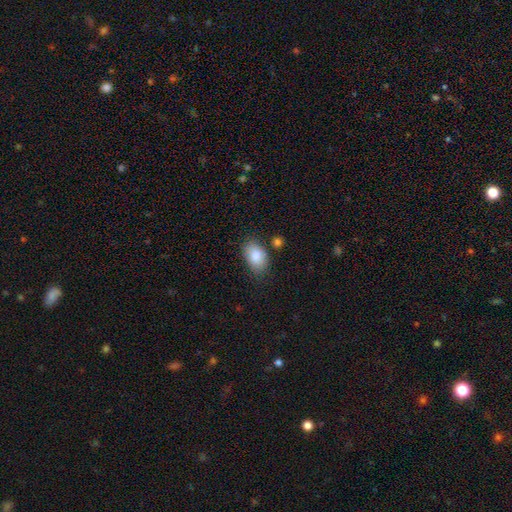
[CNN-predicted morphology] Smooth or featured? Predicted: smooth (p=0.86). How rounded? Predicted: in between (p=0.90). Merging? Predicted: none (p=0.75).